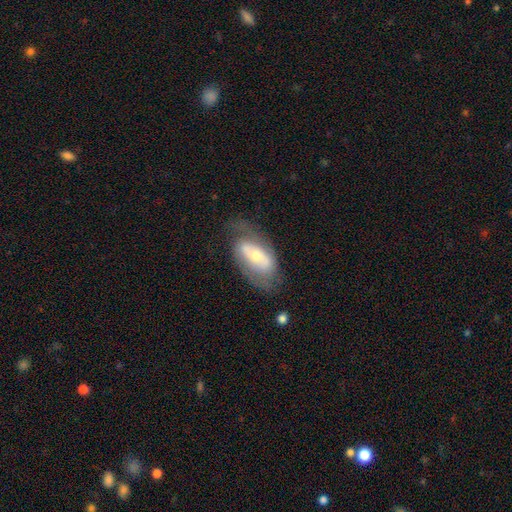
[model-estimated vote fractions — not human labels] smooth_or_featured: featured or disk (p=0.64) [alt: smooth p=0.29]
disk_edge_on: no (p=0.91) [alt: yes p=0.09]
bar: no (p=0.41) [alt: weak p=0.31]
has_spiral_arms: yes (p=0.65) [alt: no p=0.35]
bulge_size: moderate (p=0.48) [alt: small p=0.43]
merging: none (p=0.57) [alt: minor disturbance p=0.23]